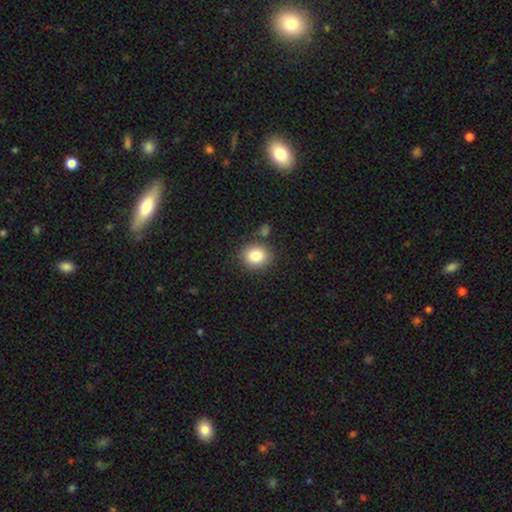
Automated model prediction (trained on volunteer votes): This appears to be a smooth galaxy with no disk features (82%) that is round (72%). Merging: none (82%).